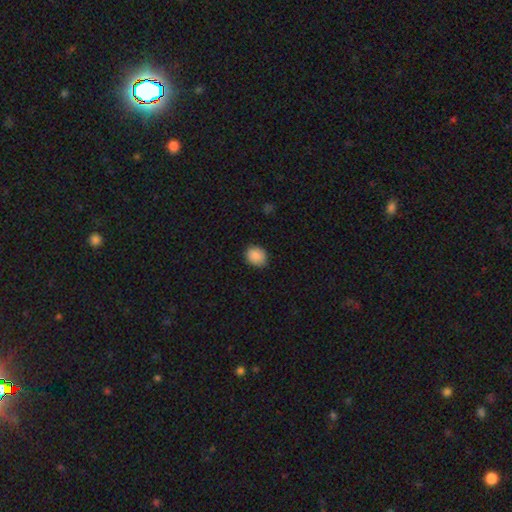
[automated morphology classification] This appears to be a smooth galaxy with no disk features (89%) that is round (53%). Merging: none (84%).